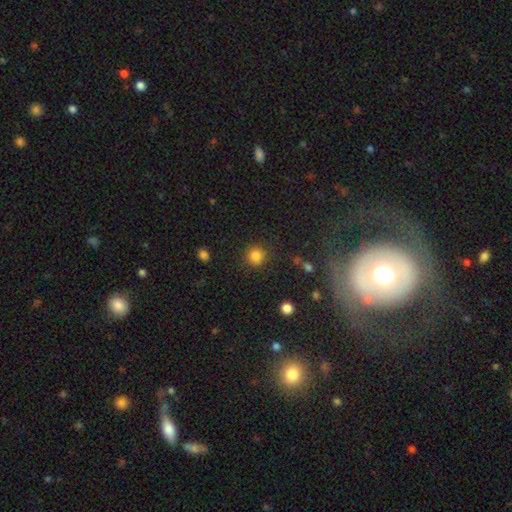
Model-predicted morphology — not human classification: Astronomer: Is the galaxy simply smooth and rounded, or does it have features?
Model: smooth — 83%.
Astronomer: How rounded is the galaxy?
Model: round — 90%.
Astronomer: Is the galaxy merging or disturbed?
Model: none — 84%.